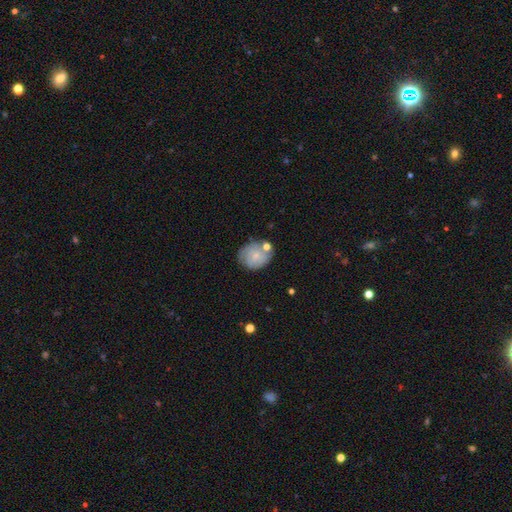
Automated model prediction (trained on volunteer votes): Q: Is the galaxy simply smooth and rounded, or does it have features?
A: smooth — 55%.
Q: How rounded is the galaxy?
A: round — 67%.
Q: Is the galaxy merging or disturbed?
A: none — 61%.